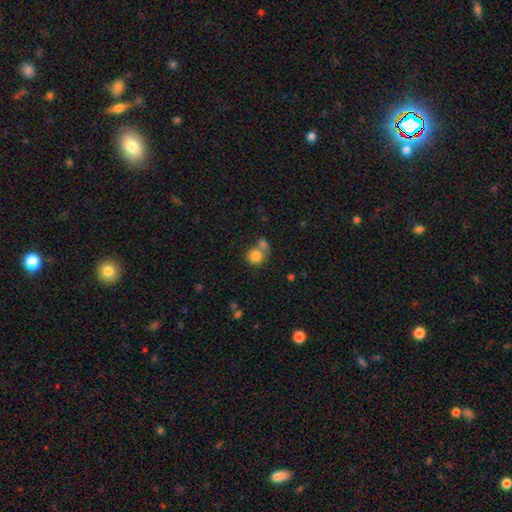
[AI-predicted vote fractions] smooth_or_featured: smooth (p=0.82) [alt: star or artifact p=0.09]
how_rounded: round (p=0.82) [alt: in between p=0.17]
merging: merger (p=0.43) [alt: none p=0.42]